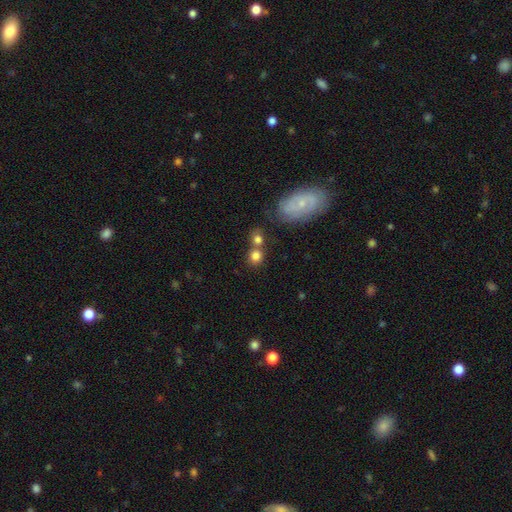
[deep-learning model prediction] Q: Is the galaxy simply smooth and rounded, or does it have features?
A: smooth — 78%.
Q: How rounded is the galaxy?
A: round — 80%.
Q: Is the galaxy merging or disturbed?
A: none — 52%.